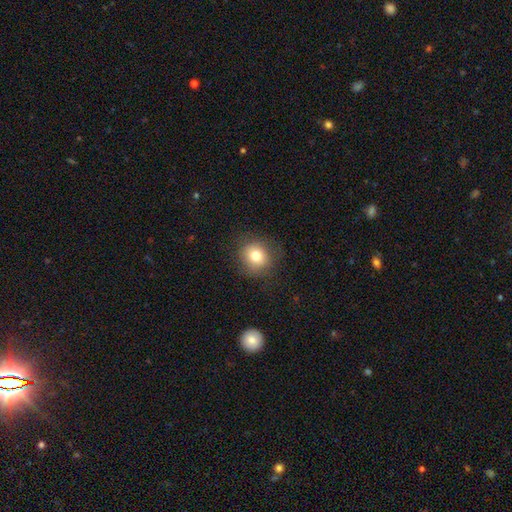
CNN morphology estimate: type=smooth (79%); roundness=round (85%); merging=none (85%).